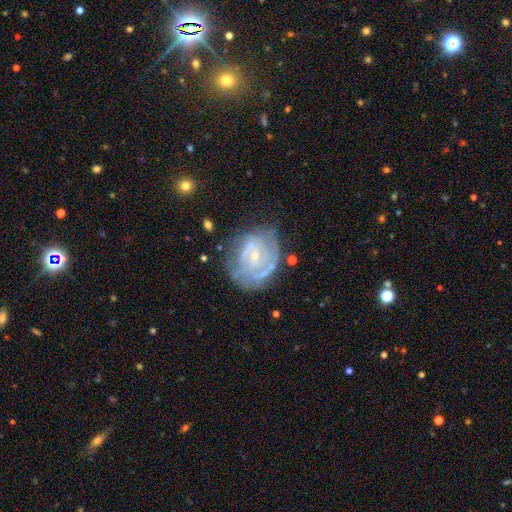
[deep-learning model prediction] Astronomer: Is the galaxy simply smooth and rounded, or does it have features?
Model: featured or disk — 68%.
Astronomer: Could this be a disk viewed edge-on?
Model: no — 96%.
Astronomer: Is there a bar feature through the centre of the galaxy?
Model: no — 46% (runner-up: weak, 41%).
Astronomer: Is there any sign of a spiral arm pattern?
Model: yes — 80%.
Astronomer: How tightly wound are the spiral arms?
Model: tight — 63%.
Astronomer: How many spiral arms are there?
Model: can't tell — 47% (runner-up: 2, 25%).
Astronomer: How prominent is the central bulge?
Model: small — 74%.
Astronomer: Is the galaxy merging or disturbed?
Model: none — 66%.